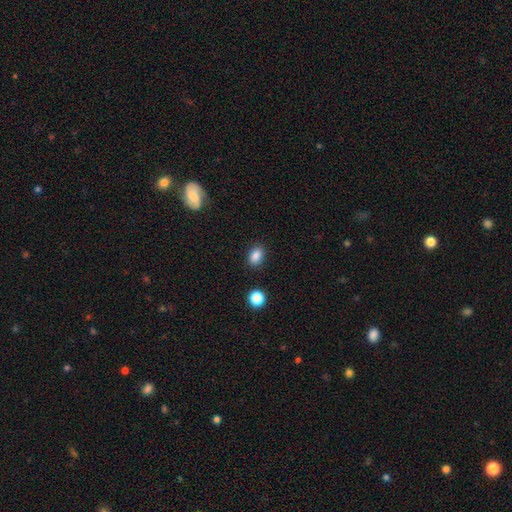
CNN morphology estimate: smooth-or-featured: smooth: 86% | star or artifact: 10% | featured or disk: 4%
  how-rounded: in between: 76% | round: 23% | cigar-shaped: 1%
  merging: none: 87% | minor disturbance: 9% | major disturbance: 2% | merger: 2%